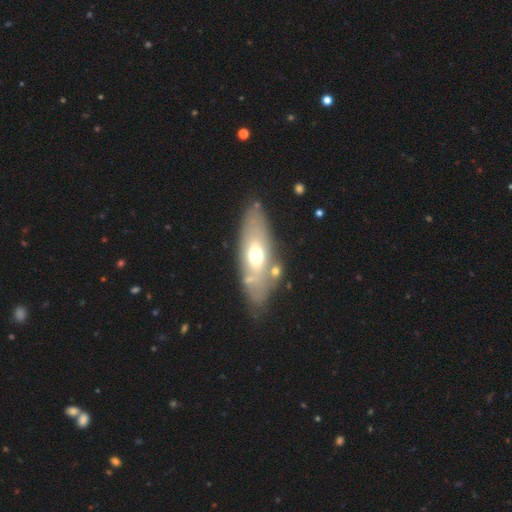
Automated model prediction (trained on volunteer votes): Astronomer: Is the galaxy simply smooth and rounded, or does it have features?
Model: smooth — 48% (runner-up: featured or disk, 46%).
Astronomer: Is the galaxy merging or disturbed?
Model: none — 72%.